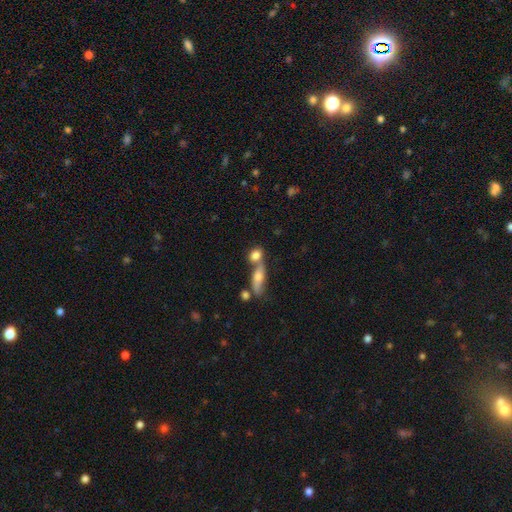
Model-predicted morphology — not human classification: Q: Smooth or featured?
A: smooth (76%); runner-up: featured or disk (15%)
Q: How rounded?
A: in between (54%); runner-up: round (31%)
Q: Merging?
A: merger (45%); runner-up: none (42%)